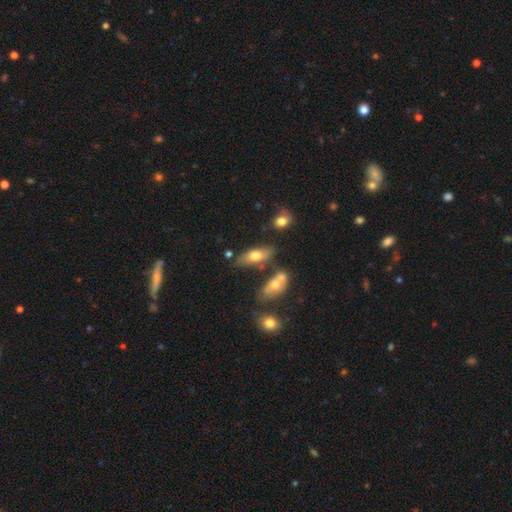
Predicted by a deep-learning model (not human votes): smooth-or-featured: smooth: 65% | featured or disk: 27% | star or artifact: 8%
  how-rounded: in between: 76% | cigar-shaped: 21% | round: 4%
  merging: none: 63% | minor disturbance: 17% | merger: 15% | major disturbance: 5%